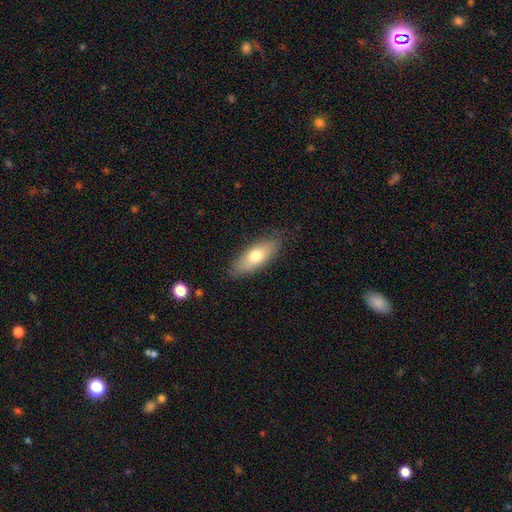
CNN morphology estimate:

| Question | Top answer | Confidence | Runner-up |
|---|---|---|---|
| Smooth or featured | smooth | 70% | featured or disk (24%) |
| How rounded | in between | 70% | cigar-shaped (27%) |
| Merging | none | 83% | minor disturbance (13%) |